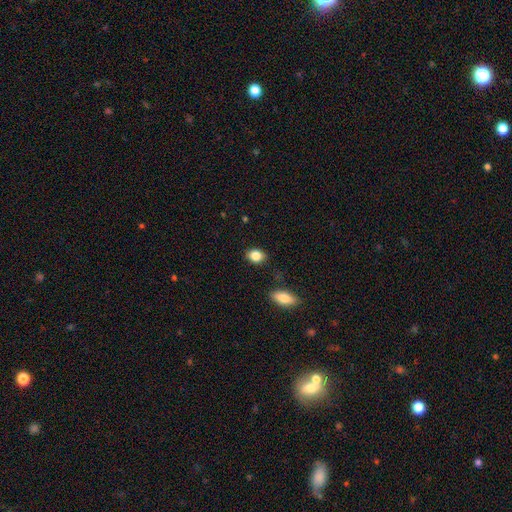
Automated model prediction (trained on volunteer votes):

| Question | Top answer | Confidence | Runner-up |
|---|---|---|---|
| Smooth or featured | smooth | 85% | star or artifact (9%) |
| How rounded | in between | 65% | round (34%) |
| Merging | none | 84% | minor disturbance (11%) |